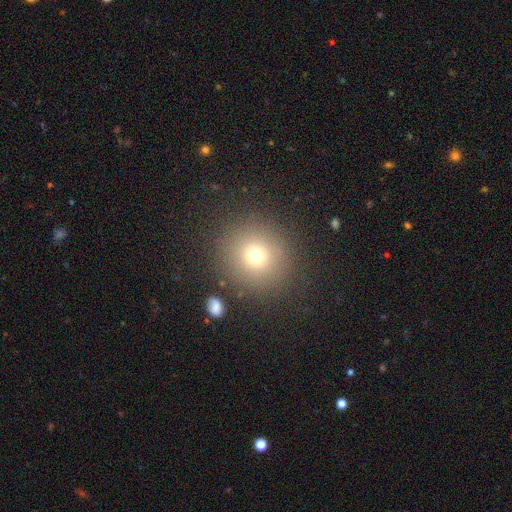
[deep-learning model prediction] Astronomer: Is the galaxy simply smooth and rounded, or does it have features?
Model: smooth — 71%.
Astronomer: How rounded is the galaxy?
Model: round — 93%.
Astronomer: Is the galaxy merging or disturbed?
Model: none — 86%.